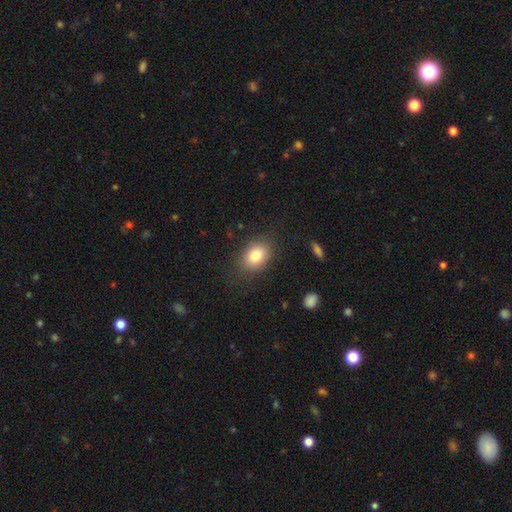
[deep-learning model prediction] Smooth or featured?
  - smooth: 80% *
  - featured or disk: 10%
  - star or artifact: 9%
How rounded?
  - in between: 70% *
  - round: 29%
  - cigar-shaped: 1%
Merging?
  - none: 82% *
  - minor disturbance: 12%
  - major disturbance: 5%
  - merger: 1%